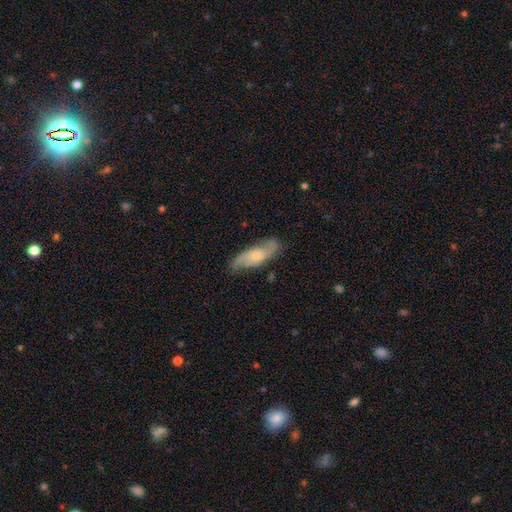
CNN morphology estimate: featured or disk 68%, smooth 26%, star or artifact 6%. Down the decision tree: edge-on disk — no (88%); bar — no (66%); spiral arms — yes (92%); spiral arm count — 2 (85%); spiral winding — loose (44%); bulge size — small (50%); merging — none (75%).